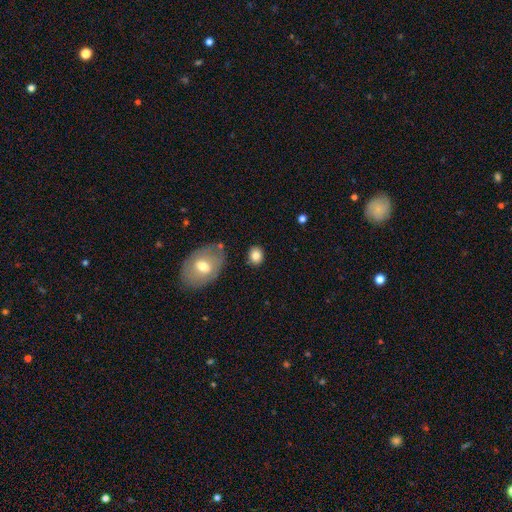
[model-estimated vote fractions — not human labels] smooth 82%, featured or disk 9%, star or artifact 9%. Down the decision tree: how rounded — round (58%); merging — none (83%).